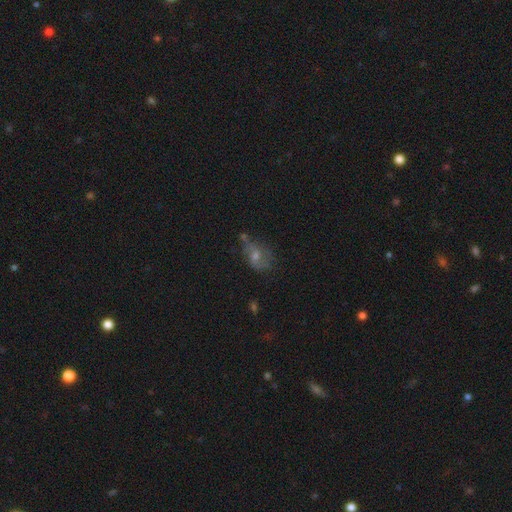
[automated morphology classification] Smooth or featured? featured or disk (45%)
Merging? none (48%)